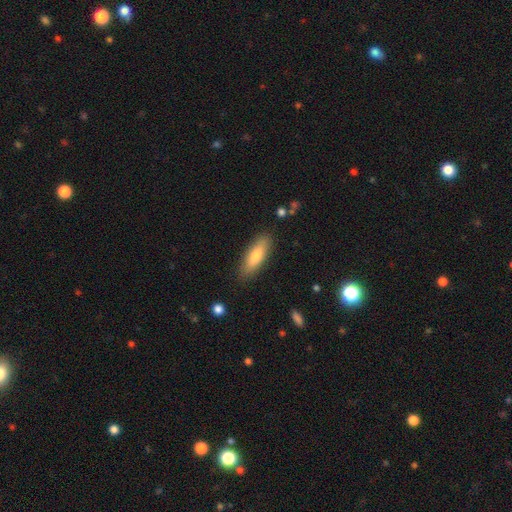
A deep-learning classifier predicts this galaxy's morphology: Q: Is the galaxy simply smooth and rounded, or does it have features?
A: smooth — 71%.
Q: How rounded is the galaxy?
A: in between — 52%.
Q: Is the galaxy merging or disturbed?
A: none — 86%.